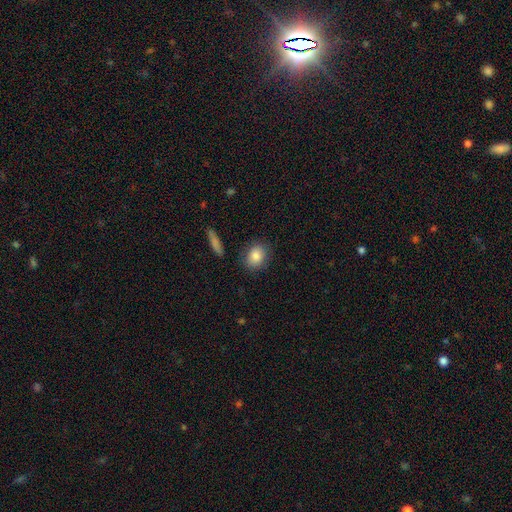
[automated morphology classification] smooth 84%, featured or disk 8%, star or artifact 8%. Down the decision tree: how rounded — round (54%); merging — none (83%).